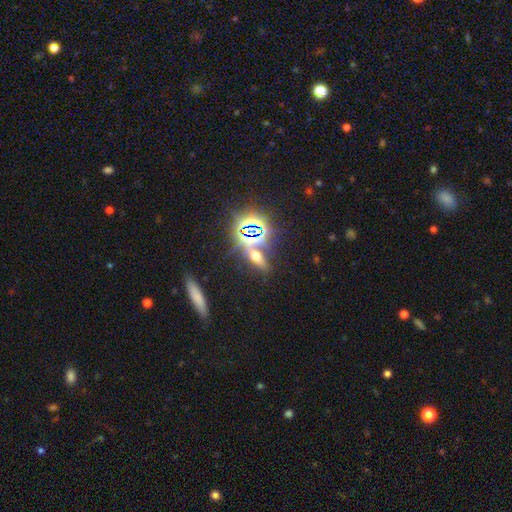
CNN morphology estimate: type=star or artifact (49%).